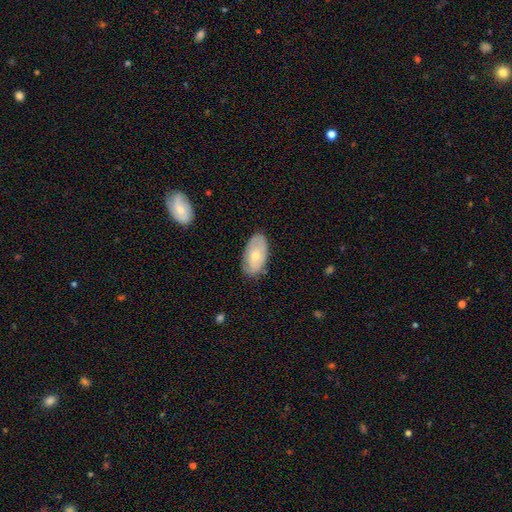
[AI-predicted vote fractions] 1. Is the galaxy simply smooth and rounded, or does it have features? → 61% smooth, 33% featured or disk, 6% star or artifact.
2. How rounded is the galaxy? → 94% in between, 5% round, 2% cigar-shaped.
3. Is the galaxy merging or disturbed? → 77% none, 18% minor disturbance, 3% major disturbance, 1% merger.